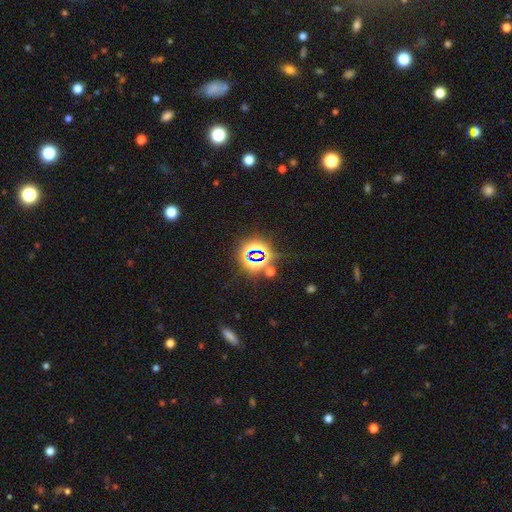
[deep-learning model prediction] Smooth or featured?
  - star or artifact: 78% *
  - smooth: 14%
  - featured or disk: 8%